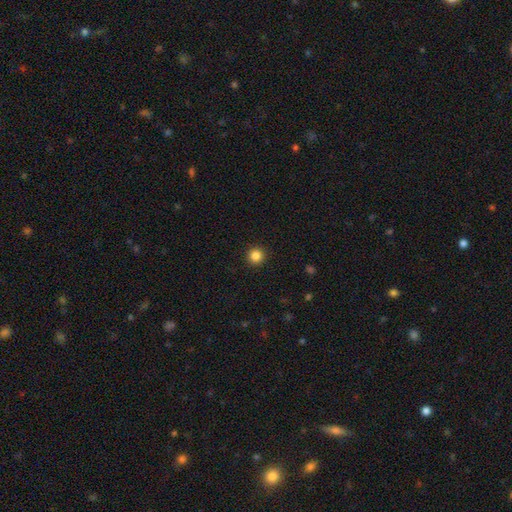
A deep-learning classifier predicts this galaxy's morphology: smooth 85%, star or artifact 11%, featured or disk 4%. Down the decision tree: how rounded — round (96%); merging — none (93%).